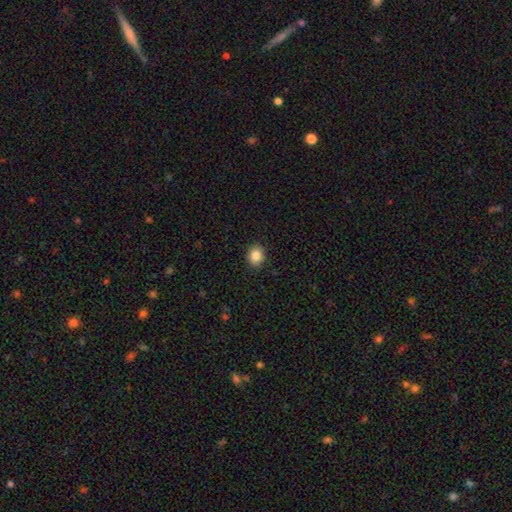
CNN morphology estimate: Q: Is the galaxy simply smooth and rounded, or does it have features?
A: smooth — 86%.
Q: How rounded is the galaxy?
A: round — 69%.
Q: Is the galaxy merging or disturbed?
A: none — 90%.